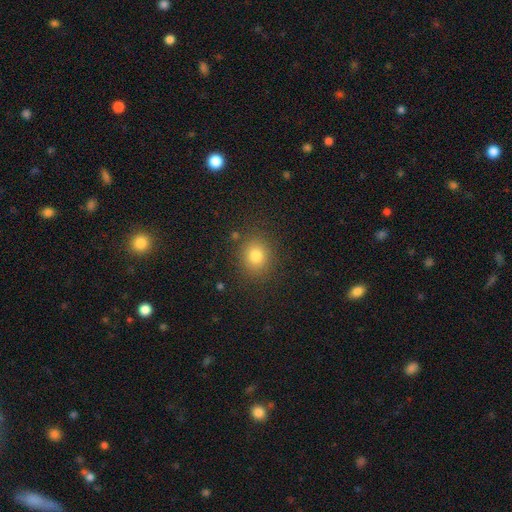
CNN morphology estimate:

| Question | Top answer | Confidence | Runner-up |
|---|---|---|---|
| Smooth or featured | smooth | 80% | star or artifact (13%) |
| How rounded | round | 77% | in between (22%) |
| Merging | none | 86% | minor disturbance (9%) |